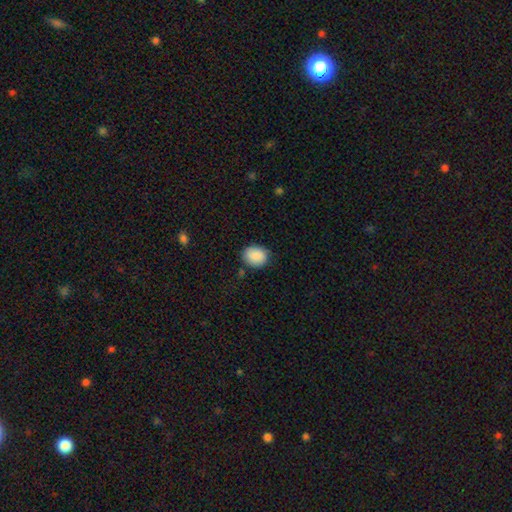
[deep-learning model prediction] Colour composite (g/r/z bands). It shows a smooth galaxy with no disk features (89%) that is round (54%). Merging: none (81%).